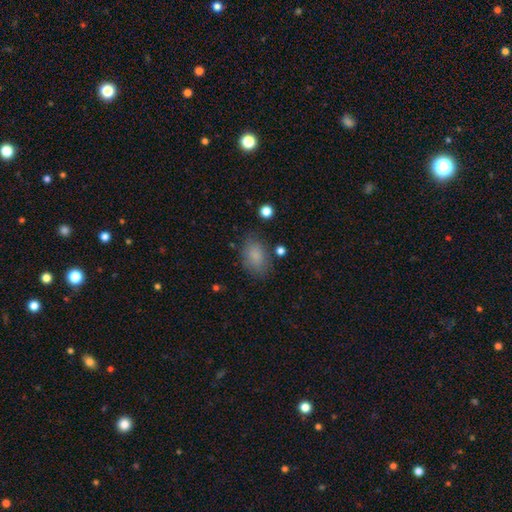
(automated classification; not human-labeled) Morphology: type=smooth (83%); roundness=in between (84%); merging=none (74%).